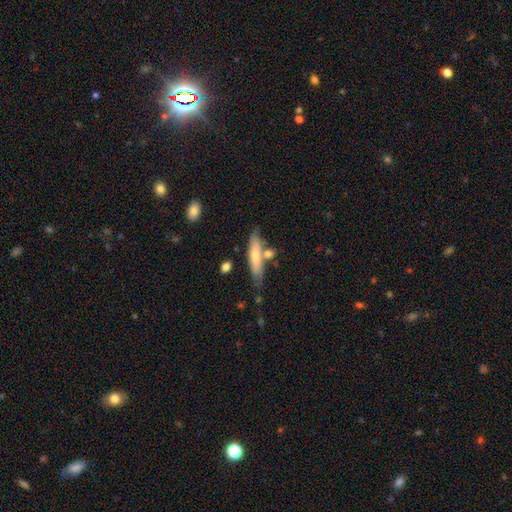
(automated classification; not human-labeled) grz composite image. It shows a smooth galaxy with no disk features (64%) that is cigar-shaped (77%). Merging: none (64%).